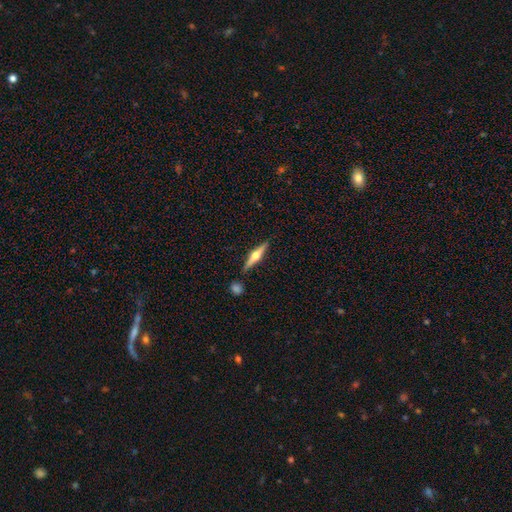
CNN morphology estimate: This is likely a featured or disk galaxy (69%). It is clearly viewed edge-on (97%). Edge-on bulge: clearly rounded (95%). Merging: clearly none (86%).